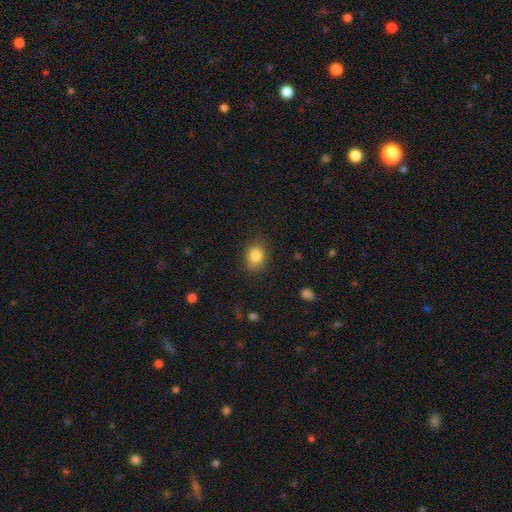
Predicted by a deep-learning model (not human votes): Overall: smooth (84%). How rounded: round (64%; in between 35%). Merging: none (76%).